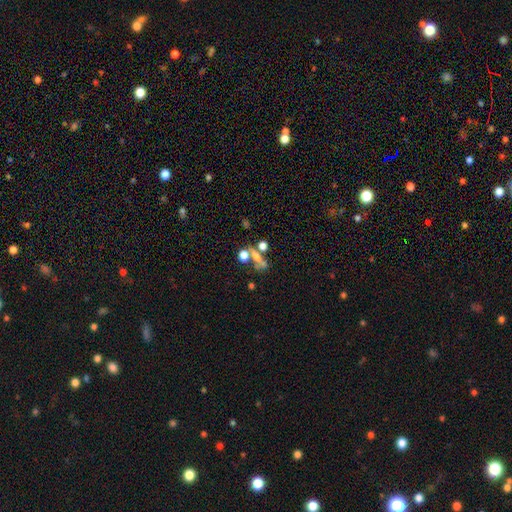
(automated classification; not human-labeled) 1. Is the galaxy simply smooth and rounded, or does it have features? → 52% smooth, 26% star or artifact, 22% featured or disk.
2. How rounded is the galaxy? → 42% in between, 40% round, 18% cigar-shaped.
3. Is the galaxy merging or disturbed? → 39% merger, 36% none, 14% major disturbance, 11% minor disturbance.